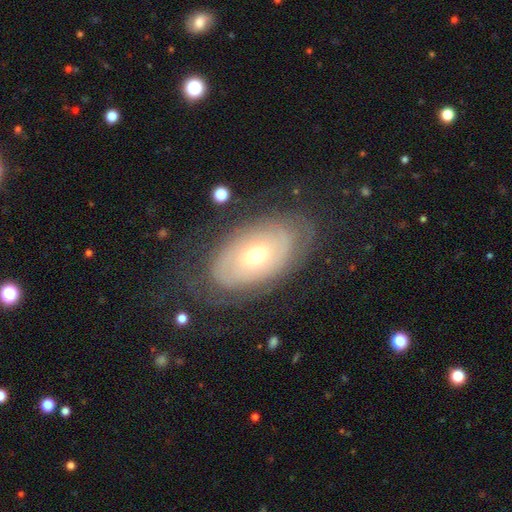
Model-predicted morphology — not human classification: Smooth or featured? Predicted: featured or disk (p=0.63). Edge-on disk? Predicted: no (p=0.92). Bar? Predicted: no (p=0.85). Spiral arms? Predicted: yes (p=0.54). Bulge size? Predicted: moderate (p=0.51). Merging? Predicted: none (p=0.73).